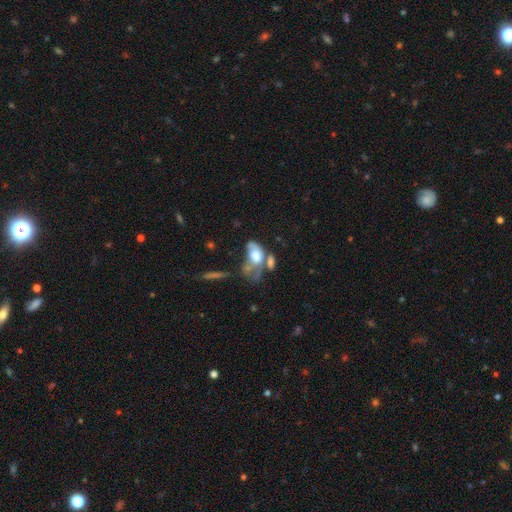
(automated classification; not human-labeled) This appears to be a smooth galaxy with no disk features (48%). Merging: merger (45%).